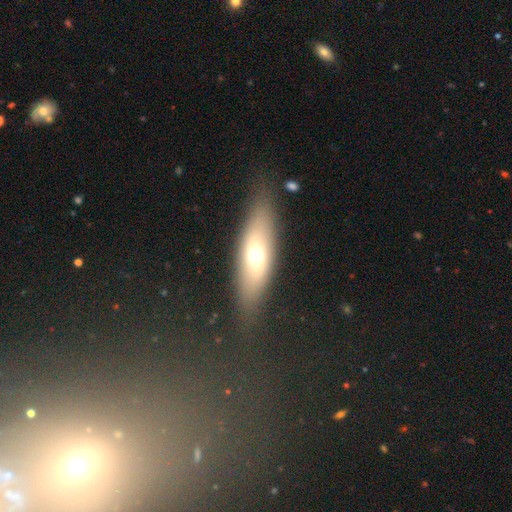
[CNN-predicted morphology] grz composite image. It shows a smooth galaxy with no disk features (60%) that is in between round and cigar-shaped (61%). Merging: none (76%).